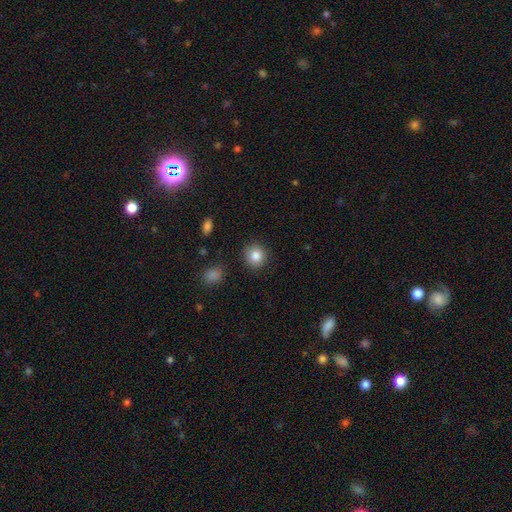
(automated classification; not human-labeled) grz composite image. It shows a smooth galaxy with no disk features (85%) that is round (89%). Merging: none (89%).